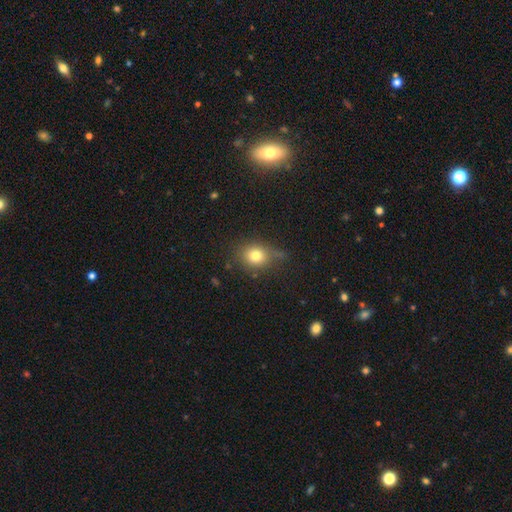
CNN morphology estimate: Smooth or featured? Predicted: smooth (p=0.77). How rounded? Predicted: round (p=0.67). Merging? Predicted: none (p=0.64).